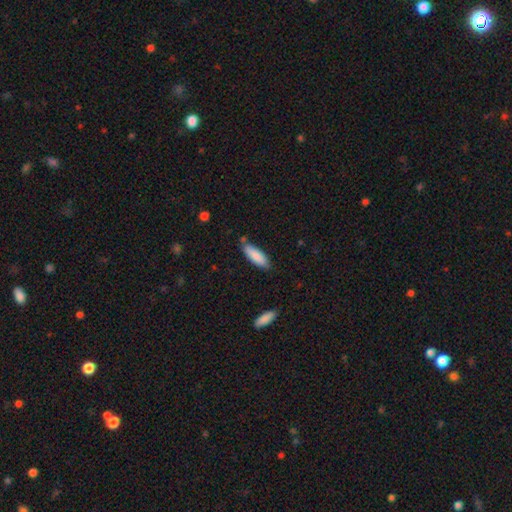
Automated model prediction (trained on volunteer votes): This appears to be a smooth galaxy with no disk features (87%) that is in between round and cigar-shaped (56%). Merging: none (76%).